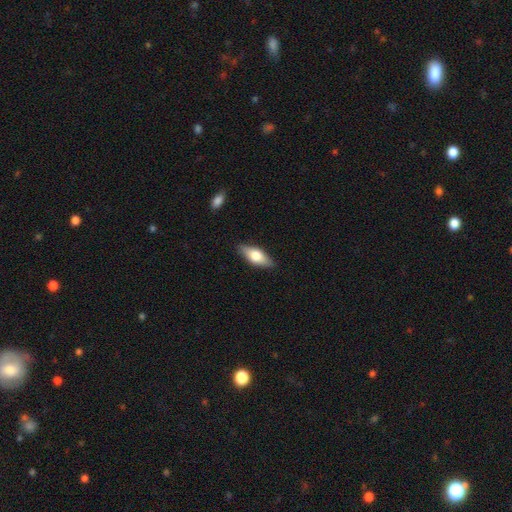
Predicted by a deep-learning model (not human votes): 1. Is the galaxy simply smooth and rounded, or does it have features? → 62% smooth, 33% featured or disk, 6% star or artifact.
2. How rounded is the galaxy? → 74% in between, 23% cigar-shaped, 3% round.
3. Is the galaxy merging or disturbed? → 87% none, 10% minor disturbance, 2% major disturbance, 1% merger.